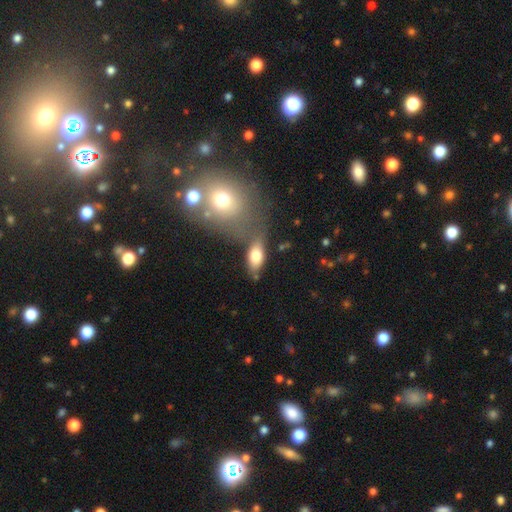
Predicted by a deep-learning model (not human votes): A smooth galaxy with no disk features (77%) that is in between round and cigar-shaped (87%). Merging: none (55%).